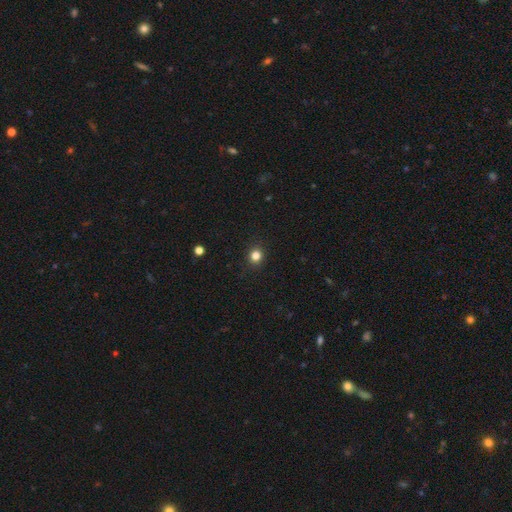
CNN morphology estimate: Smooth or featured? Predicted: smooth (p=0.83). How rounded? Predicted: round (p=0.90). Merging? Predicted: none (p=0.92).